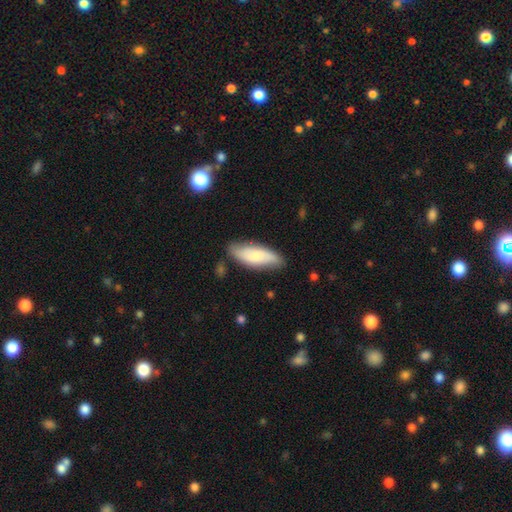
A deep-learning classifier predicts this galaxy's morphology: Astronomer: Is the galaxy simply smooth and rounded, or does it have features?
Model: smooth — 68%.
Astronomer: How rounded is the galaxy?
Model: in between — 68%.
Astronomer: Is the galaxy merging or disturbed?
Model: none — 77%.